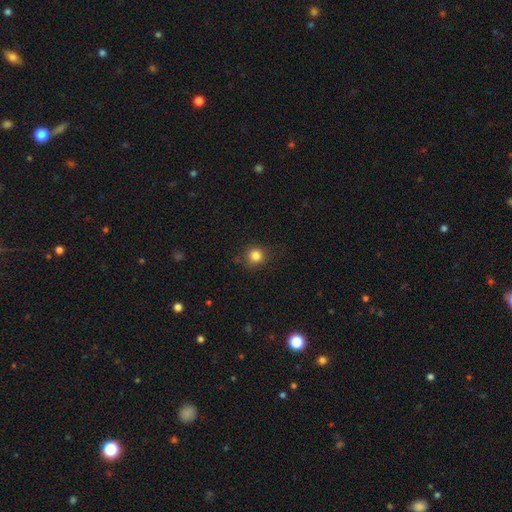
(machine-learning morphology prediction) The model was most divided on "merging": none: 81%, minor disturbance: 13%, major disturbance: 4%, merger: 2%. More confident: how rounded — round (89%); smooth or featured — smooth (83%).